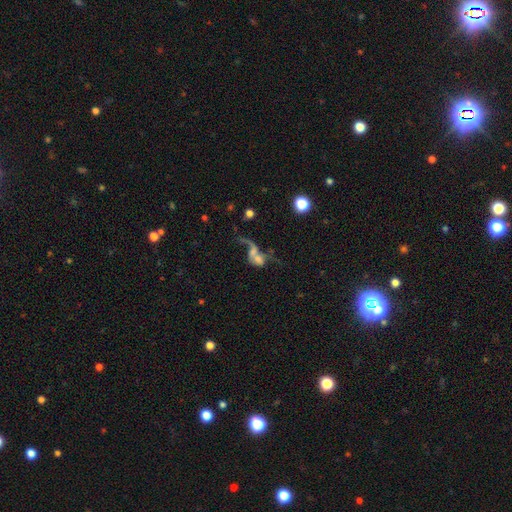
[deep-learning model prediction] This is possibly a featured or disk galaxy (46%). Merging: possibly merger (56%).